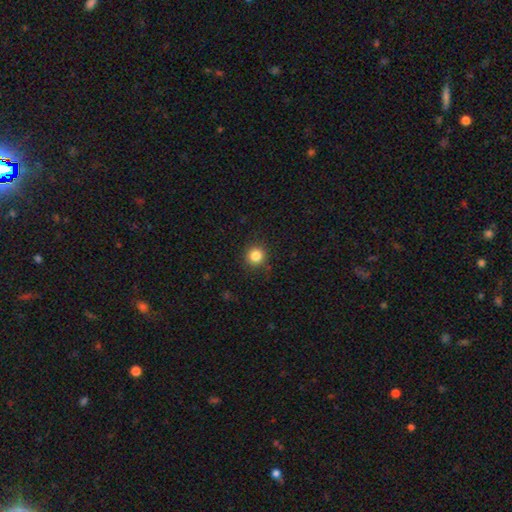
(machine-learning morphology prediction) A smooth galaxy with no disk features (84%) that is round (94%). Merging: none (89%).